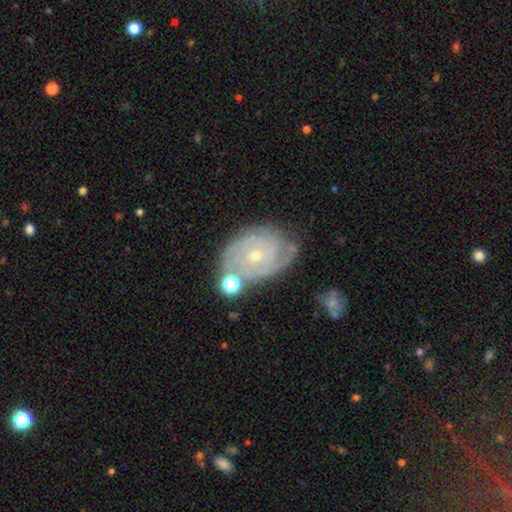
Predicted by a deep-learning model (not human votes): A featured or disk galaxy (81%) with no bar (80%), tight (74%) spiral arms (93%) and a small central bulge (72%).

Vote fractions:
- Smooth or featured? featured or disk: 81% / smooth: 12% / star or artifact: 7%
- Edge-on disk? no: 97% / yes: 3%
- Bar? no: 80% / weak: 17% / strong: 4%
- Spiral arms? yes: 93% / no: 7%
- Spiral winding? tight: 74% / medium: 21% / loose: 5%
- Spiral arm count? can't tell: 36% / 2: 23% / 3: 20% / 4: 11% / 1: 5% / more than 4: 5%
- Bulge size? small: 72% / moderate: 25% / large: 1% / none: 1% / dominant: 1%
- Merging? none: 65% / minor disturbance: 21% / major disturbance: 7% / merger: 7%